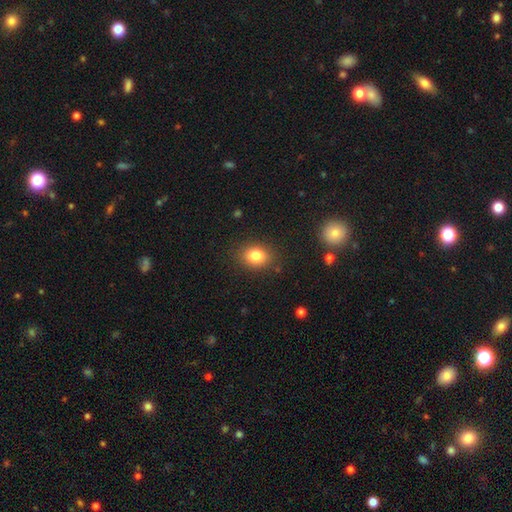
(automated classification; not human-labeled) A smooth galaxy with no disk features (83%) that is in between round and cigar-shaped (55%). Merging: none (85%).